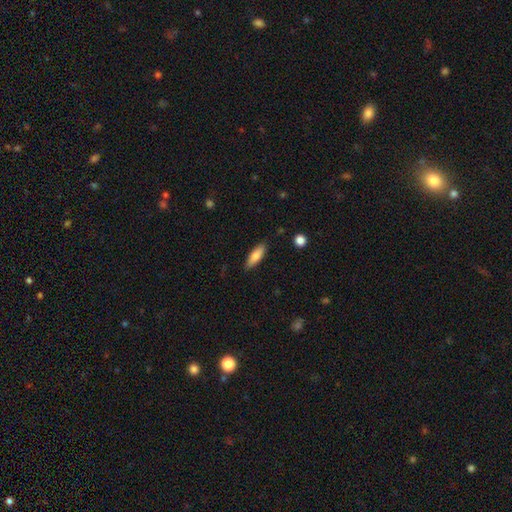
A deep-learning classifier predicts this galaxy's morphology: Smooth or featured? Predicted: smooth (p=0.79). How rounded? Predicted: in between (p=0.55). Merging? Predicted: none (p=0.86).